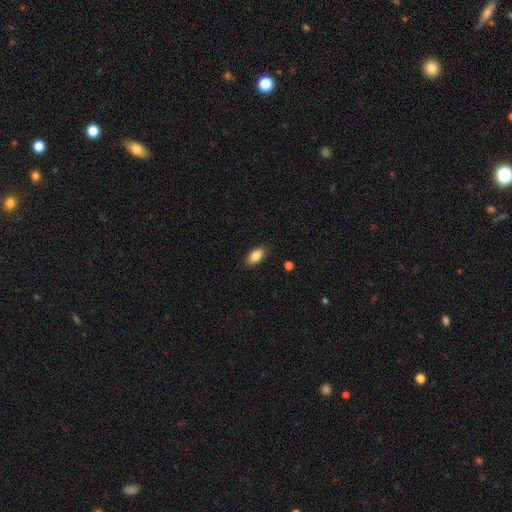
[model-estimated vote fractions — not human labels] smooth-or-featured: smooth: 83% | featured or disk: 10% | star or artifact: 7%
  how-rounded: in between: 90% | cigar-shaped: 7% | round: 4%
  merging: none: 87% | minor disturbance: 10% | major disturbance: 2% | merger: 1%